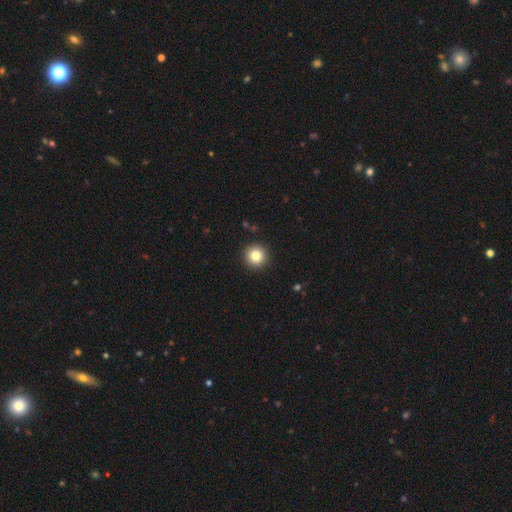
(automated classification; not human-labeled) This is clearly a smooth galaxy (82%). How rounded: clearly round (95%). Merging: clearly none (92%).